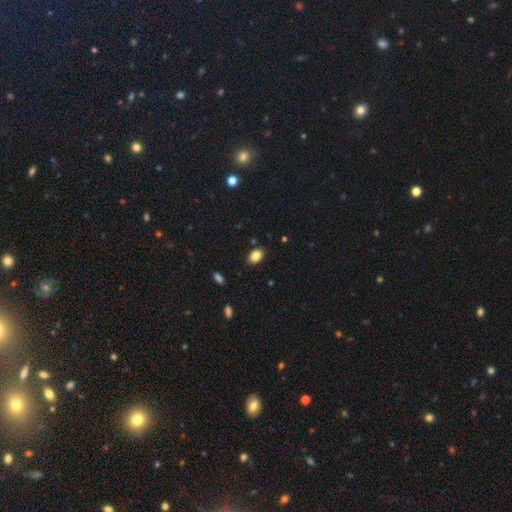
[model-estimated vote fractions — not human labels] smooth 86%, star or artifact 9%, featured or disk 5%. Down the decision tree: how rounded — in between (84%); merging — none (86%).